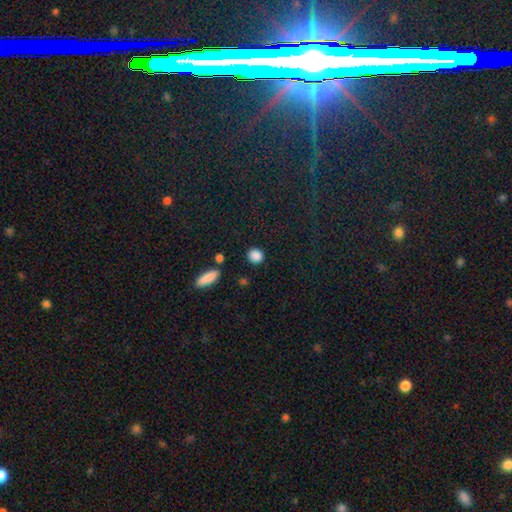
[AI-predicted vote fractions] smooth-or-featured: smooth: 87% | star or artifact: 9% | featured or disk: 3%
  how-rounded: round: 79% | in between: 19% | cigar-shaped: 2%
  merging: none: 86% | minor disturbance: 9% | merger: 3% | major disturbance: 3%